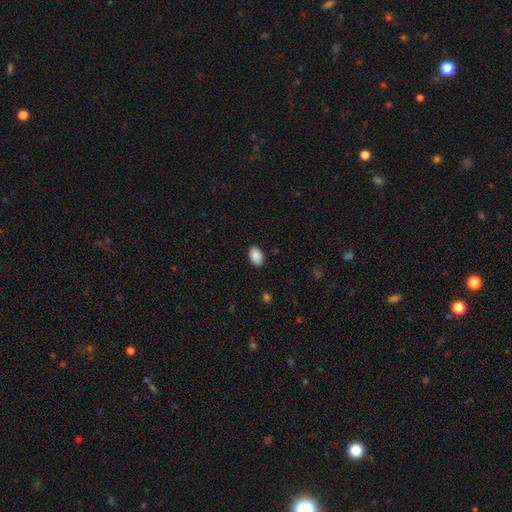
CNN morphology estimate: Smooth or featured? Predicted: smooth (p=0.90). How rounded? Predicted: in between (p=0.86). Merging? Predicted: none (p=0.89).